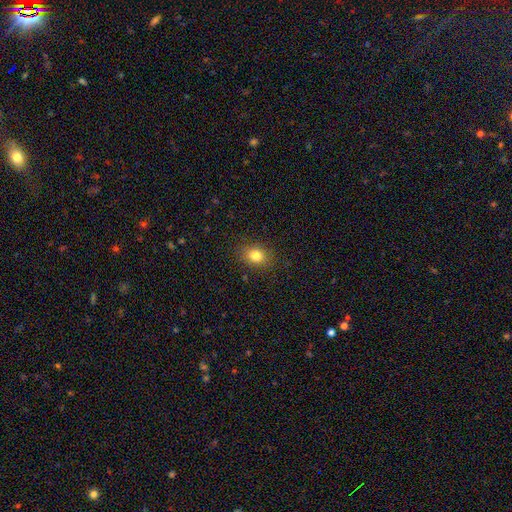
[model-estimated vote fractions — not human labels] This is clearly a smooth galaxy (81%). How rounded: possibly in between (55%). Merging: clearly none (87%).